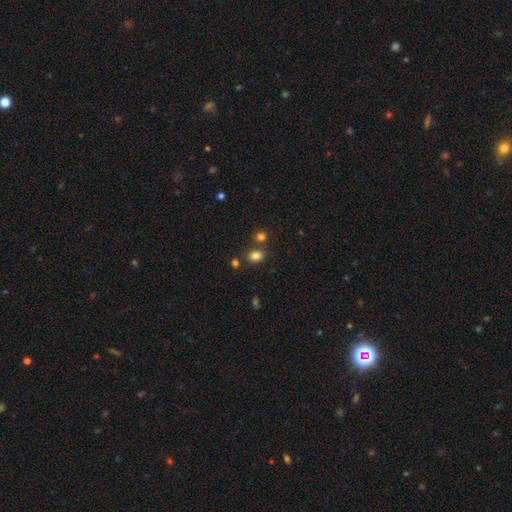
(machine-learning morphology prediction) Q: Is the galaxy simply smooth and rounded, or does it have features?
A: smooth — 81%.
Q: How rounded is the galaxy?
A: in between — 61%.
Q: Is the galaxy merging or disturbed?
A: none — 73%.